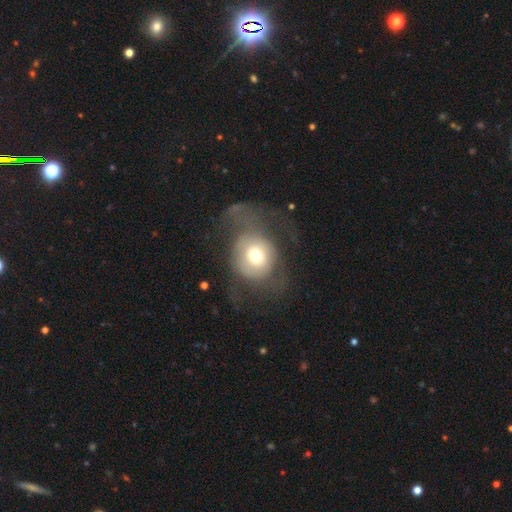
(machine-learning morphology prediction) Smooth or featured? smooth (56%)
How rounded? round (78%)
Merging? major disturbance (52%)